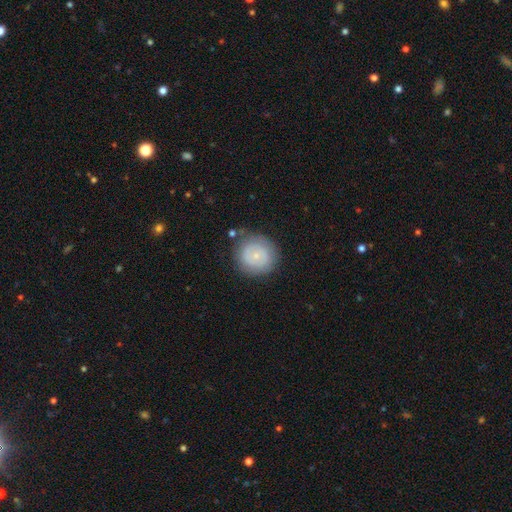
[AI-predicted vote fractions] Smooth or featured? Predicted: smooth (p=0.47). Merging? Predicted: none (p=0.80).